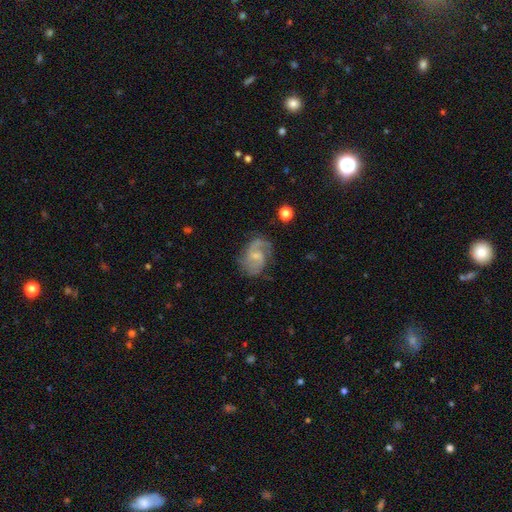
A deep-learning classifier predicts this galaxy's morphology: type=featured or disk (82%); edge-on=no (98%); bar=weak (50%); spiral arms=yes (95%); winding=medium (51%); arm count=2 (81%); bulge=small (59%); merging=none (67%).